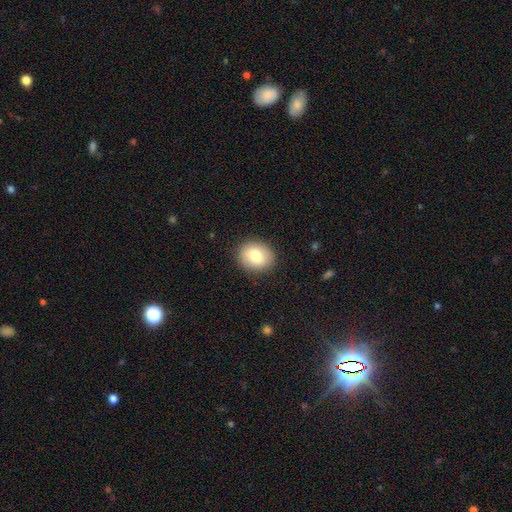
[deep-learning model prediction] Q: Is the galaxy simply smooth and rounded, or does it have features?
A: smooth — 78%.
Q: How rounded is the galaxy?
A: round — 66%.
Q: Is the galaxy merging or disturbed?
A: none — 88%.